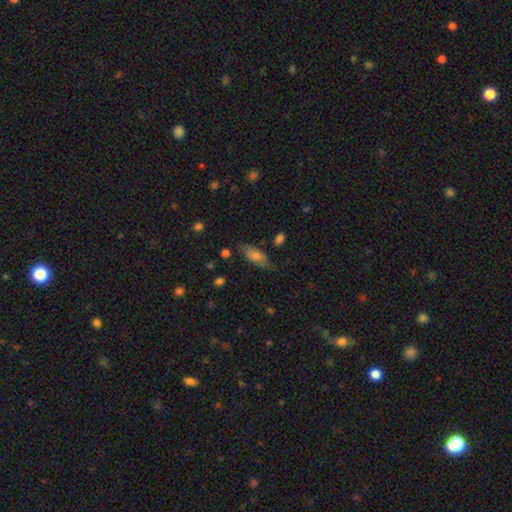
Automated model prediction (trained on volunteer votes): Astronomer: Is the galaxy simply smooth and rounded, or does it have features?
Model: smooth — 67%.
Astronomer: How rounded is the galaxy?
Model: in between — 76%.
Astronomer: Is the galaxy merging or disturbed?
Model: none — 71%.